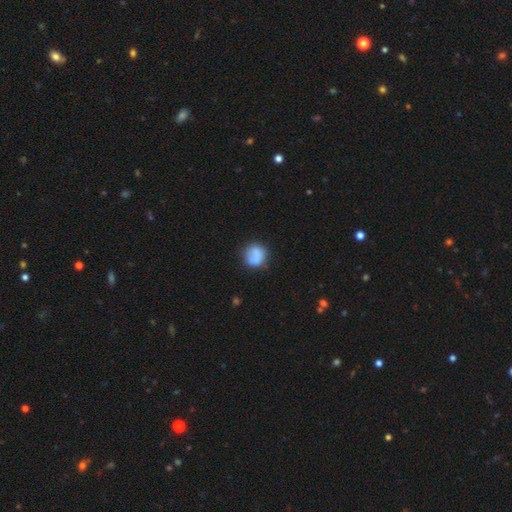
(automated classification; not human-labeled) This is likely a smooth galaxy (78%). How rounded: clearly round (84%). Merging: likely none (62%).